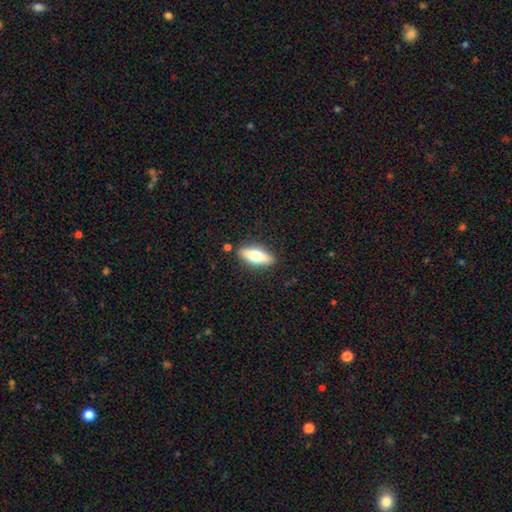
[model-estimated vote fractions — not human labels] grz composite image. It shows a smooth galaxy with no disk features (59%) that is in between round and cigar-shaped (63%). Merging: none (86%).